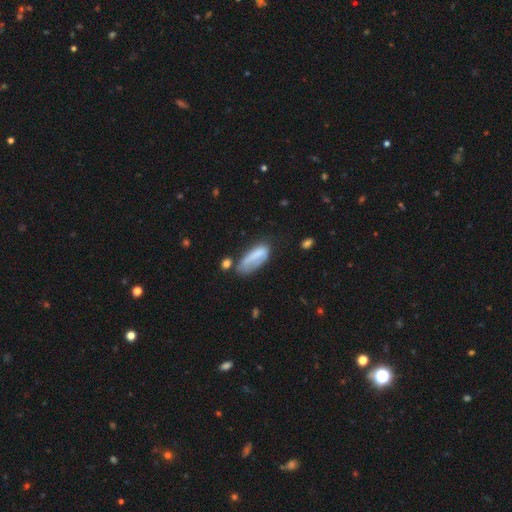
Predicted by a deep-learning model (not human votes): Smooth or featured? smooth (67%)
How rounded? in between (62%)
Merging? none (38%)